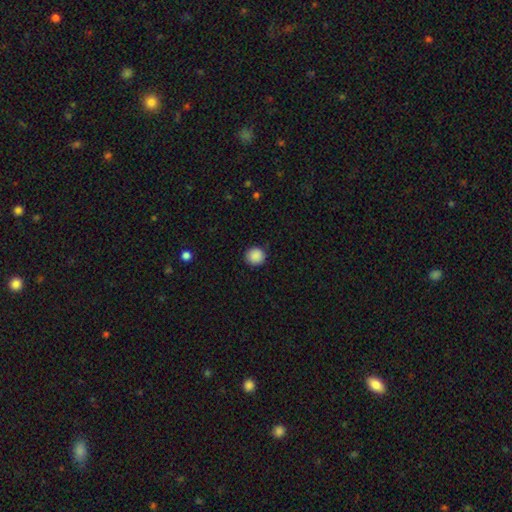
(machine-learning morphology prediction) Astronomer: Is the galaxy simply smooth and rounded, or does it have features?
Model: smooth — 89%.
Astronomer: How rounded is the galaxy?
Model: round — 93%.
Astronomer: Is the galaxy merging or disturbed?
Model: none — 90%.